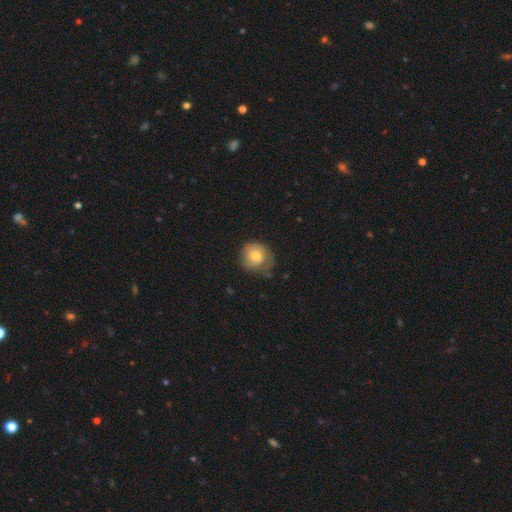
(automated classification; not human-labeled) This is likely a smooth galaxy (67%). How rounded: clearly round (80%). Merging: possibly none (53%).